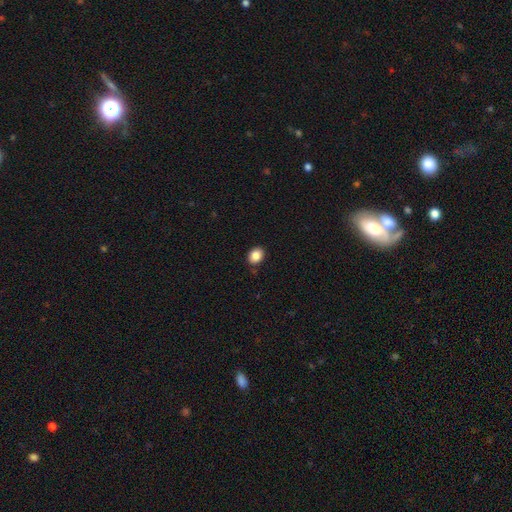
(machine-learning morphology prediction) Smooth or featured: smooth — 86% (star or artifact — 9%)
How rounded: in between — 52% (round — 47%)
Merging: none — 86% (minor disturbance — 10%)